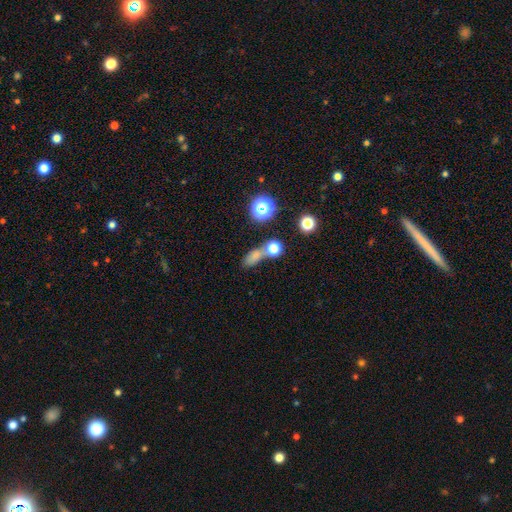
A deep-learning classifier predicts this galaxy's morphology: A smooth galaxy with no disk features (68%) that is in between round and cigar-shaped (54%). Merging: none (47%).